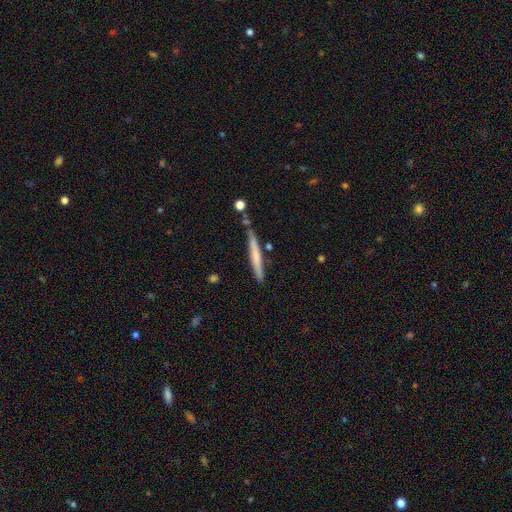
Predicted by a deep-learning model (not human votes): Q: Smooth or featured?
A: smooth (56%); runner-up: featured or disk (38%)
Q: How rounded?
A: cigar-shaped (96%); runner-up: in between (3%)
Q: Merging?
A: none (76%); runner-up: minor disturbance (15%)